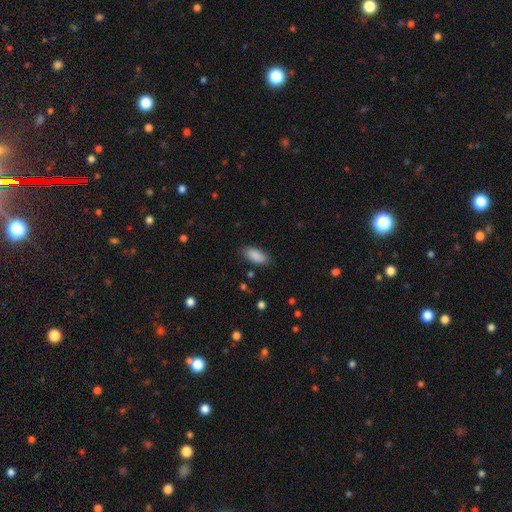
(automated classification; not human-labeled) Smooth or featured?
  - smooth: 89% *
  - star or artifact: 7%
  - featured or disk: 4%
How rounded?
  - in between: 90% *
  - cigar-shaped: 8%
  - round: 2%
Merging?
  - none: 84% *
  - minor disturbance: 12%
  - major disturbance: 3%
  - merger: 1%